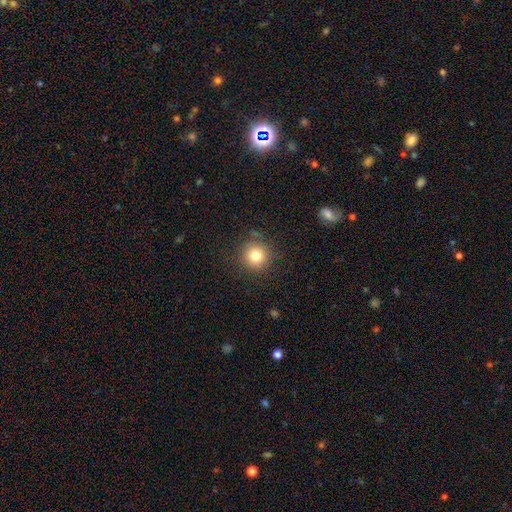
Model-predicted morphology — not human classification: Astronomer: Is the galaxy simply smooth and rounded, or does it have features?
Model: smooth — 79%.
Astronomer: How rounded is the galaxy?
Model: round — 94%.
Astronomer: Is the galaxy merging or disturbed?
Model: none — 86%.